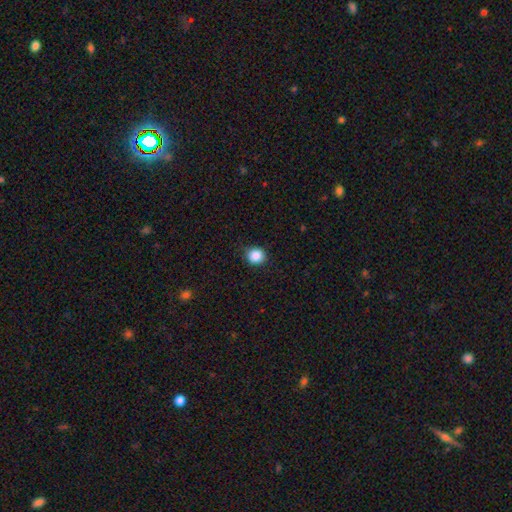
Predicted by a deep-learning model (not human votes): smooth 87%, star or artifact 10%, featured or disk 3%. Down the decision tree: how rounded — round (89%); merging — none (87%).